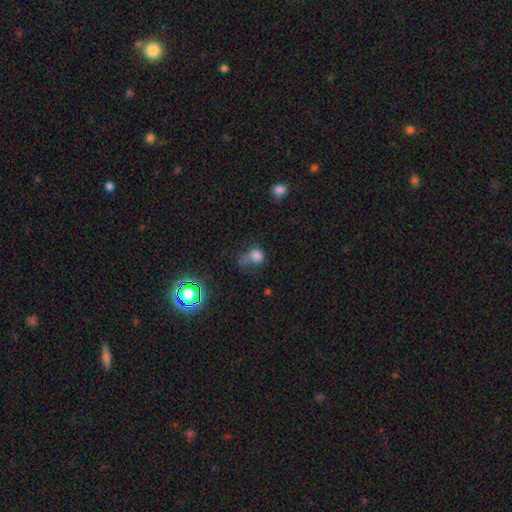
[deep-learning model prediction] The model was most divided on "merging" (2-way tie): none: 32%, major disturbance: 32%, minor disturbance: 26%, merger: 10%. More confident: smooth or featured — smooth (71%); how rounded — round (66%).